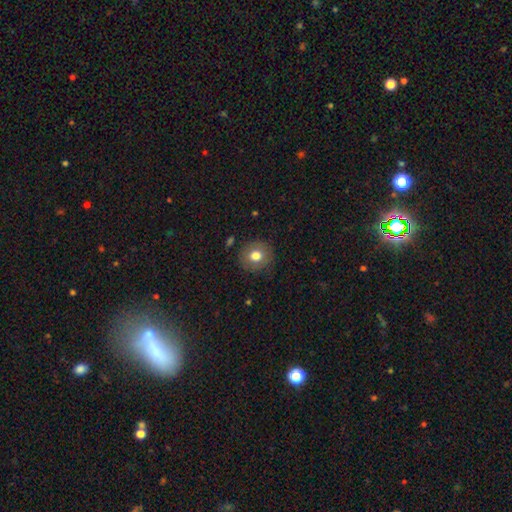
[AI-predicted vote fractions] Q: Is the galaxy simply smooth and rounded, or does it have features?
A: smooth — 75%.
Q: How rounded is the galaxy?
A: round — 87%.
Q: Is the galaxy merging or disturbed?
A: none — 87%.